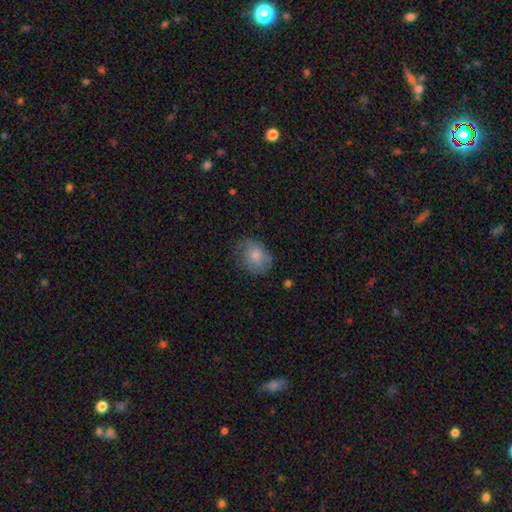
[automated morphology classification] smooth-or-featured: smooth: 78% | featured or disk: 15% | star or artifact: 8%
  how-rounded: in between: 50% | round: 49% | cigar-shaped: 1%
  merging: none: 63% | minor disturbance: 27% | major disturbance: 9% | merger: 1%